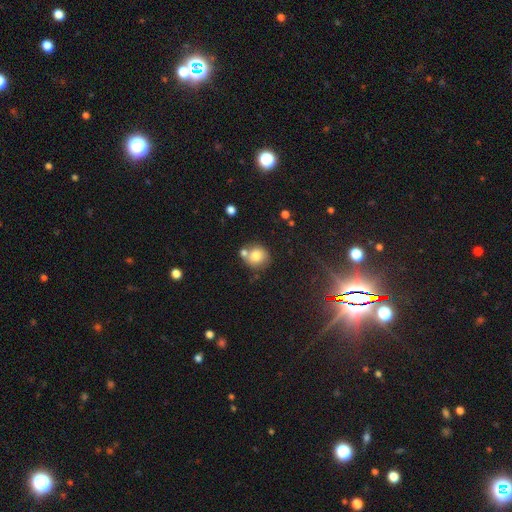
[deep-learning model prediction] Smooth or featured? Predicted: smooth (p=0.77). How rounded? Predicted: round (p=0.87). Merging? Predicted: none (p=0.59).